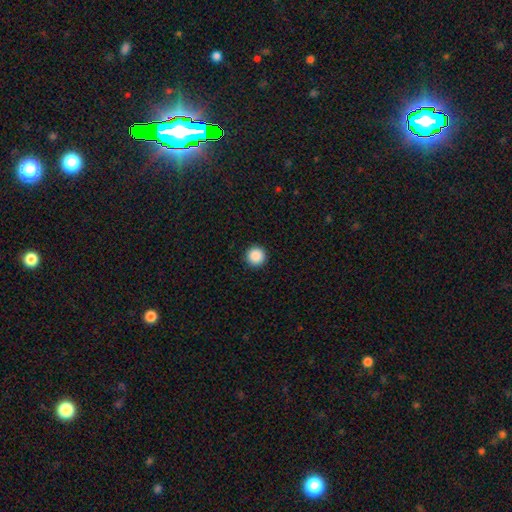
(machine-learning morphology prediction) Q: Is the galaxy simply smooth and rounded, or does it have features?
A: smooth — 89%.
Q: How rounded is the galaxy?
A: round — 97%.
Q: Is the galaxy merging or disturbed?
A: none — 93%.